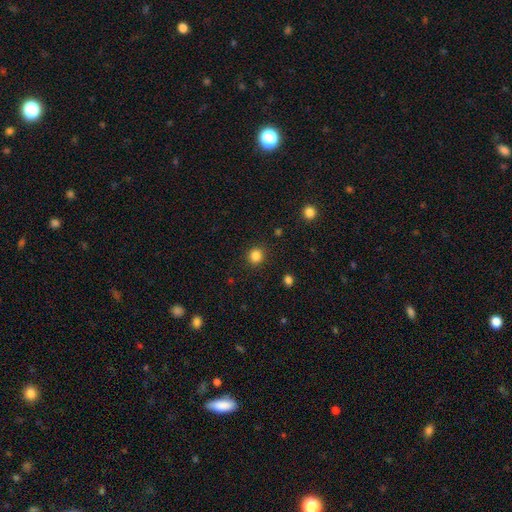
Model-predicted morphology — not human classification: The model was most divided on "smooth or featured": smooth: 84%, star or artifact: 12%, featured or disk: 4%. More confident: merging — none (90%); how rounded — round (90%).